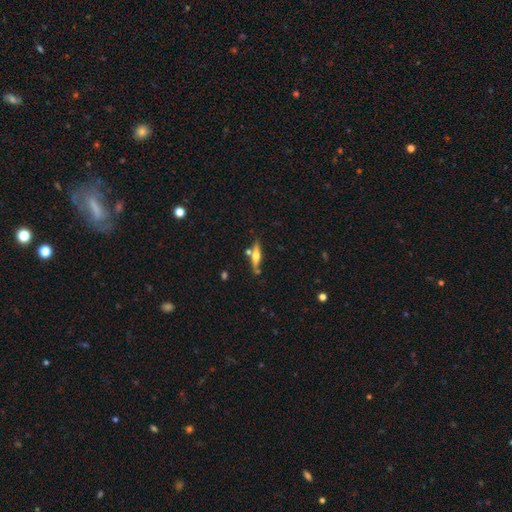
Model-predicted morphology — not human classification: This appears to be a featured or disk galaxy (51%) viewed edge-on (92%). Merging: none (71%).